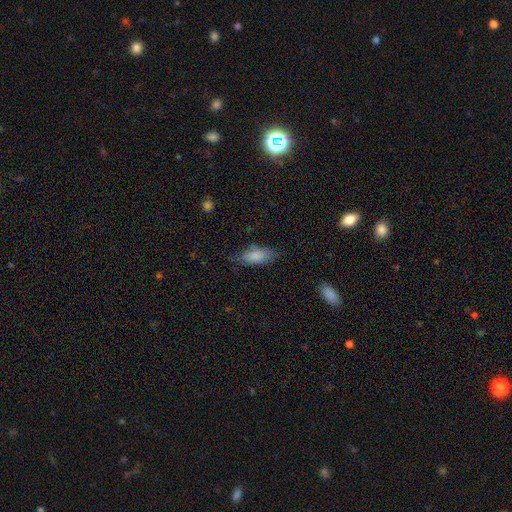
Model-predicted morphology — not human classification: Smooth or featured?
  - smooth: 83% *
  - featured or disk: 10%
  - star or artifact: 7%
How rounded?
  - in between: 82% *
  - cigar-shaped: 16%
  - round: 2%
Merging?
  - none: 68% *
  - minor disturbance: 24%
  - major disturbance: 7%
  - merger: 2%